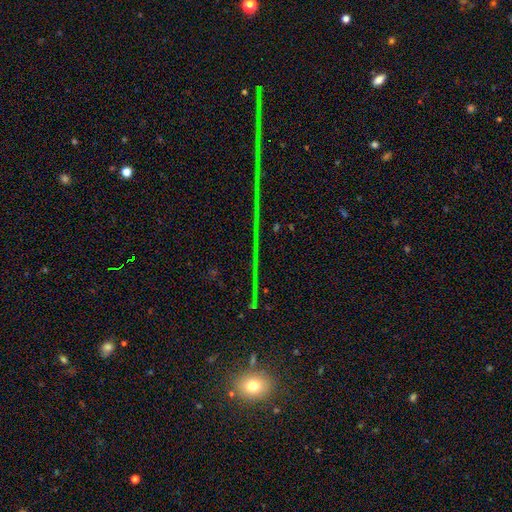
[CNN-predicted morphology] The model was most divided on "smooth or featured": star or artifact: 80%, featured or disk: 11%, smooth: 9%.